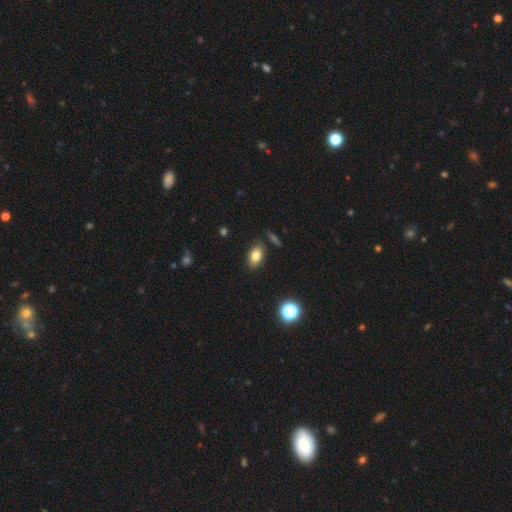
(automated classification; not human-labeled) Smooth or featured? Predicted: smooth (p=0.79). How rounded? Predicted: in between (p=0.87). Merging? Predicted: none (p=0.84).